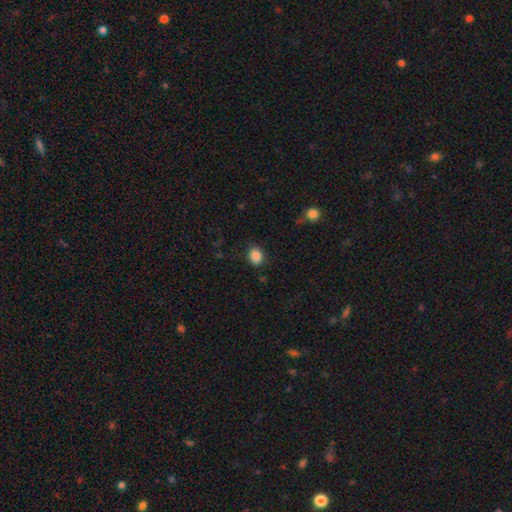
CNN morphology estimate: This appears to be a smooth galaxy with no disk features (87%) that is in between round and cigar-shaped (51%). Merging: none (84%).